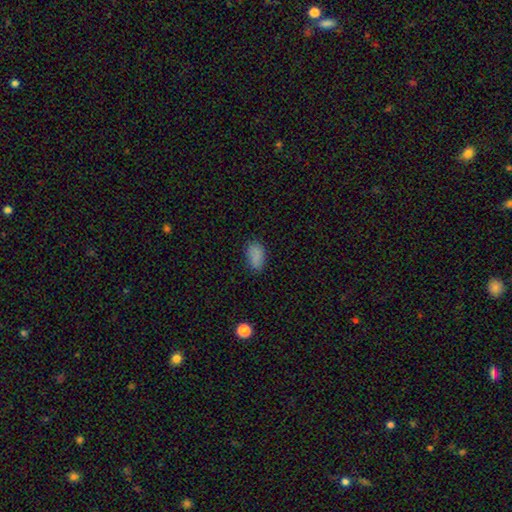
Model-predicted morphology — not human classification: Q: Smooth or featured?
A: smooth (83%); runner-up: star or artifact (11%)
Q: How rounded?
A: in between (92%); runner-up: round (6%)
Q: Merging?
A: none (76%); runner-up: minor disturbance (18%)